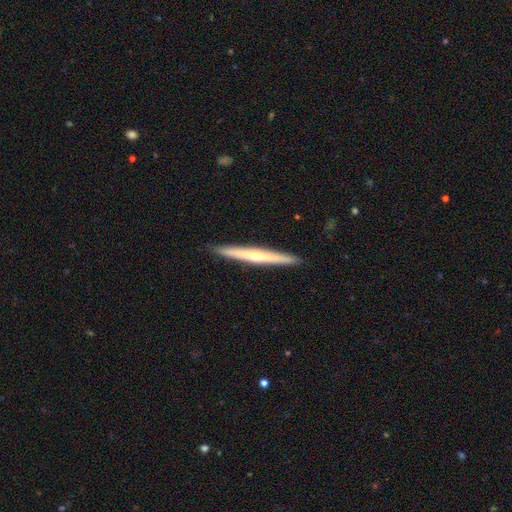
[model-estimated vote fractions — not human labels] This is likely a featured or disk galaxy (64%). It is clearly viewed edge-on (97%). Edge-on bulge: likely rounded (73%). Merging: clearly none (92%).